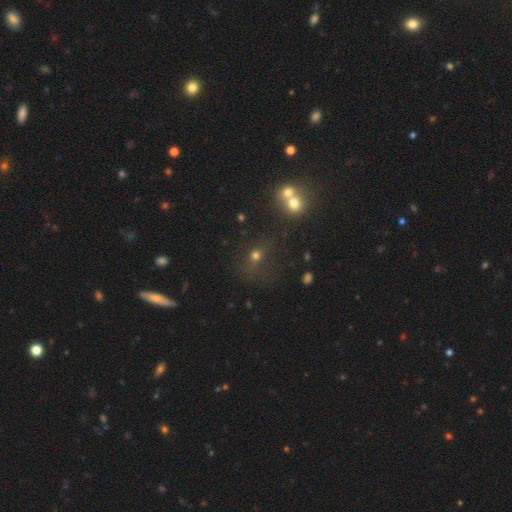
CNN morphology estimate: Smooth or featured? Predicted: smooth (p=0.63). How rounded? Predicted: round (p=0.71). Merging? Predicted: none (p=0.55).